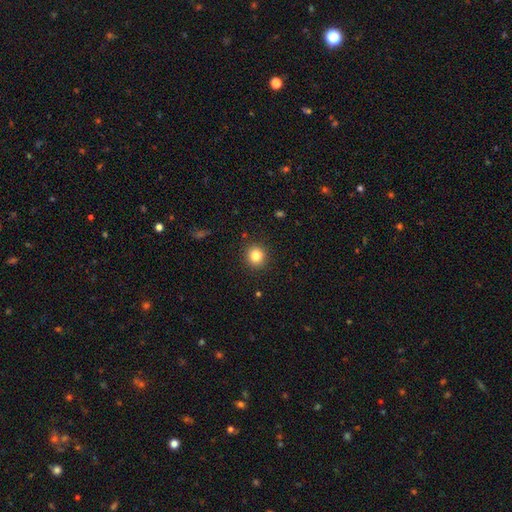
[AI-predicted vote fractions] Overall: smooth (83%). How rounded: round (90%). Merging: none (91%).